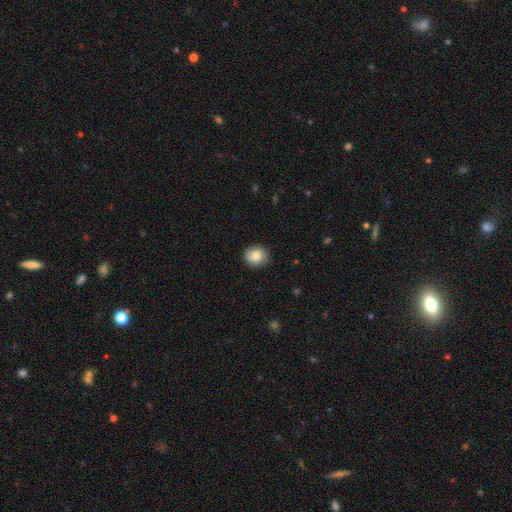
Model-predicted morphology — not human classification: This appears to be a smooth galaxy with no disk features (82%) that is round (82%). Merging: none (86%).